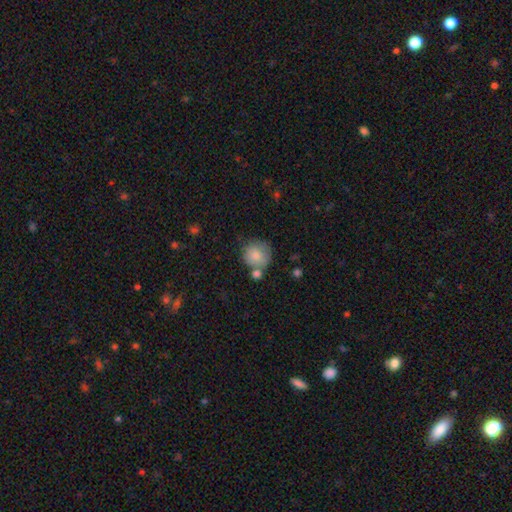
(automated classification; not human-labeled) A smooth galaxy with no disk features (82%) that is round (91%). Merging: none (61%).